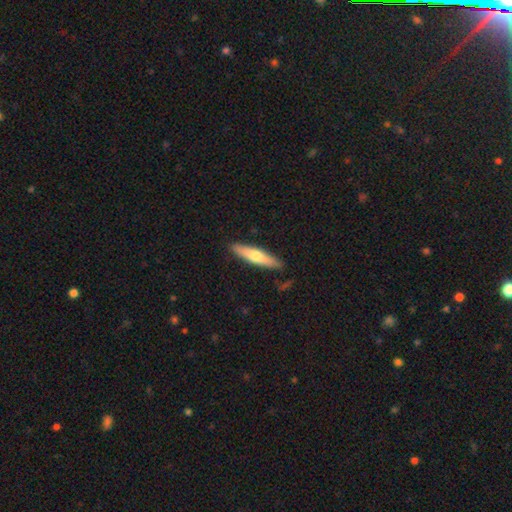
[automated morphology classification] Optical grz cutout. It shows a smooth galaxy with no disk features (59%) that is cigar-shaped (82%). Merging: none (87%).